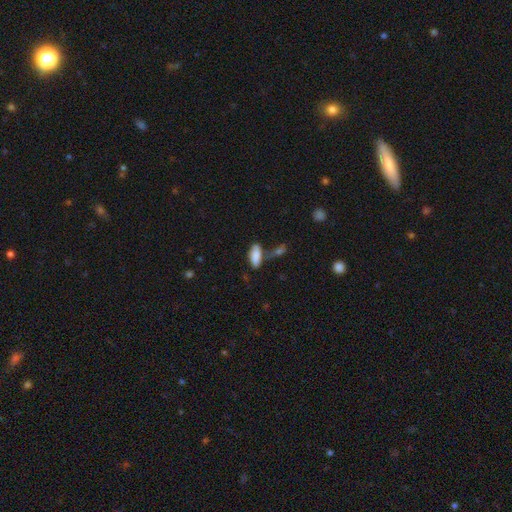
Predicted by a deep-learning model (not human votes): Smooth or featured? smooth (83%)
How rounded? in between (83%)
Merging? none (52%)